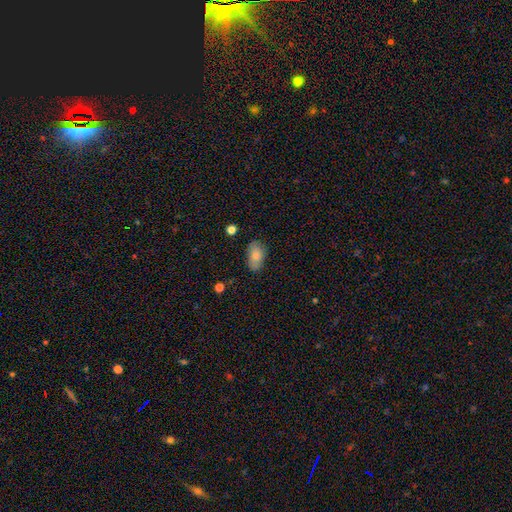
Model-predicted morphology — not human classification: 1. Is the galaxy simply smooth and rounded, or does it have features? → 80% smooth, 13% featured or disk, 7% star or artifact.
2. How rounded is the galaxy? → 92% in between, 6% round, 2% cigar-shaped.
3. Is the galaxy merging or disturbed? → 79% none, 16% minor disturbance, 3% major disturbance, 1% merger.